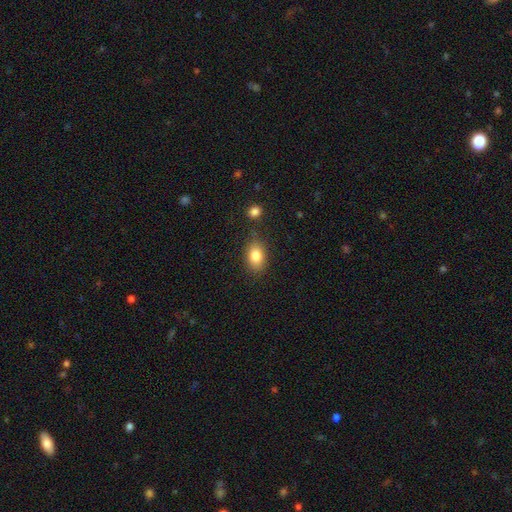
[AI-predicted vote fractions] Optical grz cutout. It shows a smooth galaxy with no disk features (84%) that is in between round and cigar-shaped (83%). Merging: none (80%).